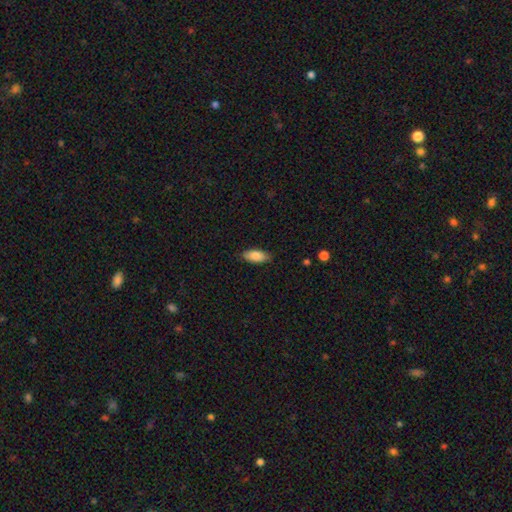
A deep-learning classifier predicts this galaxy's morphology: Smooth or featured?
  - smooth: 88% *
  - featured or disk: 6%
  - star or artifact: 6%
How rounded?
  - in between: 84% *
  - cigar-shaped: 14%
  - round: 2%
Merging?
  - none: 85% *
  - minor disturbance: 12%
  - major disturbance: 2%
  - merger: 1%